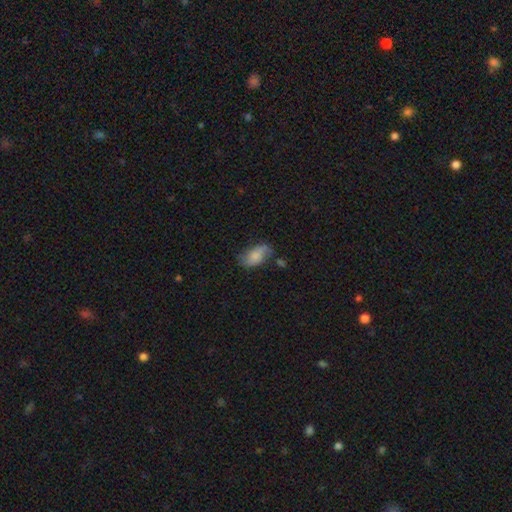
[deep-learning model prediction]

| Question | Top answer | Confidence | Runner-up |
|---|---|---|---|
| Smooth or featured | smooth | 71% | featured or disk (21%) |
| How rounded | in between | 92% | round (4%) |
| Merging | none | 56% | minor disturbance (29%) |